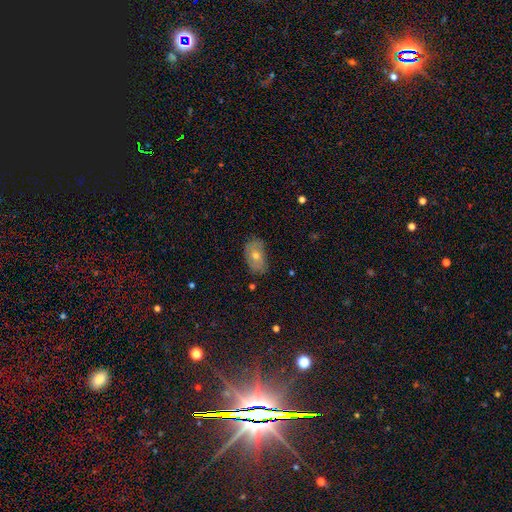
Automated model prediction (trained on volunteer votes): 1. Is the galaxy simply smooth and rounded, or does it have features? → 50% smooth, 34% featured or disk, 16% star or artifact.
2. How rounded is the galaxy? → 86% in between, 12% round, 2% cigar-shaped.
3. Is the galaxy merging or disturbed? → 73% none, 21% minor disturbance, 4% major disturbance, 1% merger.